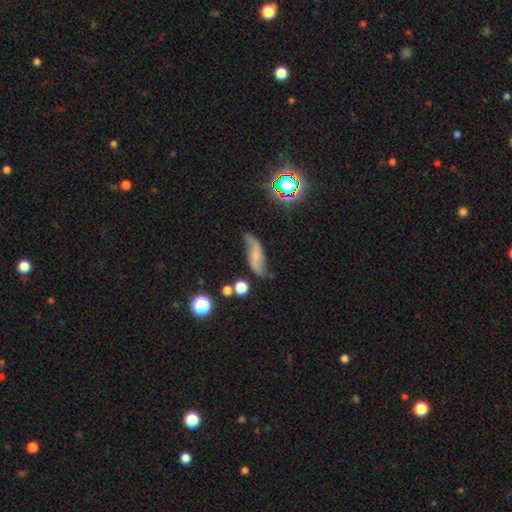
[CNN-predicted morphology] Smooth or featured? featured or disk (59%)
Edge-on disk? no (86%)
Bar? no (52%)
Spiral arms? yes (89%)
Bulge size? small (56%)
Merging? none (60%)